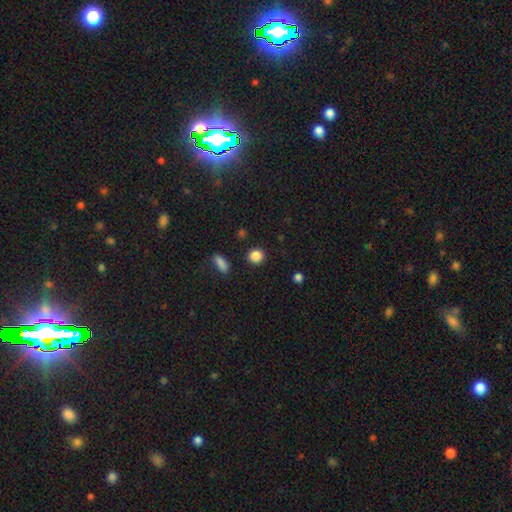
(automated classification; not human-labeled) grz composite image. It shows a smooth galaxy with no disk features (86%) that is round (86%). Merging: none (90%).